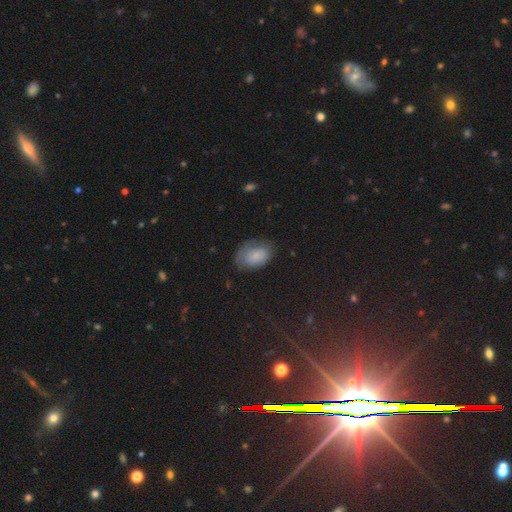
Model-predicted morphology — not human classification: smooth 66%, featured or disk 23%, star or artifact 11%. Down the decision tree: how rounded — in between (86%); merging — none (57%).